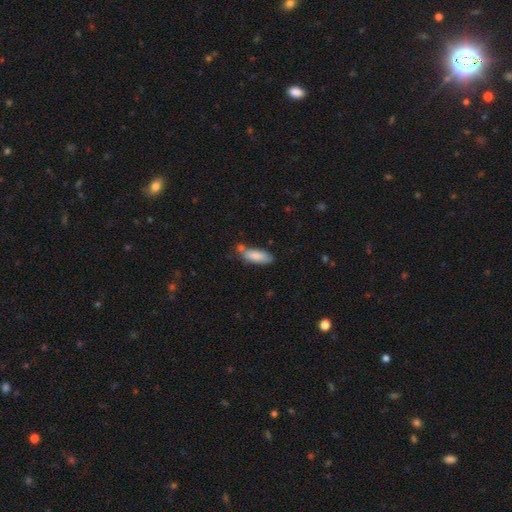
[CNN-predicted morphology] This appears to be a smooth galaxy with no disk features (84%) that is in between round and cigar-shaped (70%). Merging: none (59%).